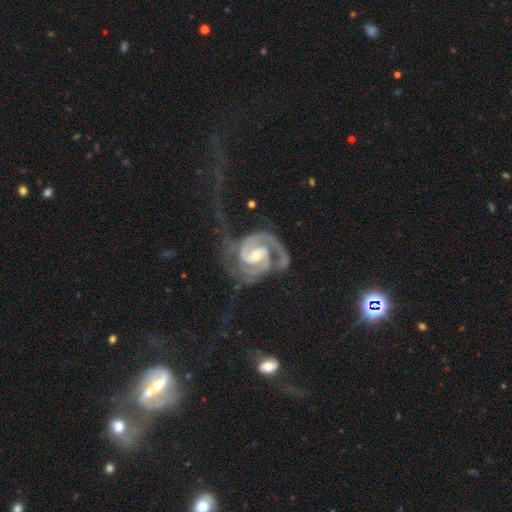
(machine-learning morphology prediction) smooth_or_featured: featured or disk (p=0.93) [alt: star or artifact p=0.04]
disk_edge_on: no (p=0.98) [alt: yes p=0.02]
bar: weak (p=0.43) [alt: no p=0.36]
has_spiral_arms: yes (p=0.98) [alt: no p=0.02]
spiral_winding: tight (p=0.54) [alt: medium p=0.38]
spiral_arm_count: 2 (p=0.74) [alt: 3 p=0.11]
bulge_size: small (p=0.53) [alt: moderate p=0.43]
merging: none (p=0.42) [alt: major disturbance p=0.34]